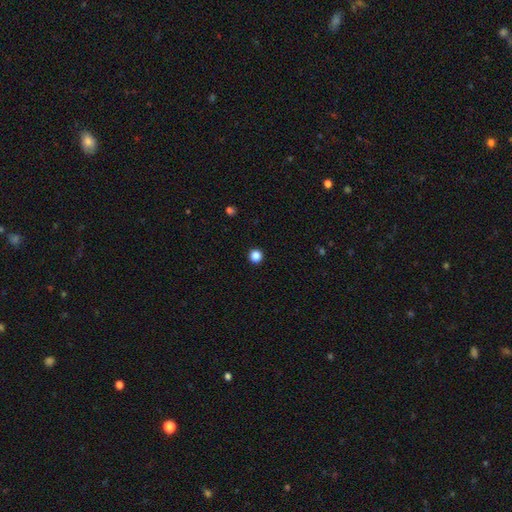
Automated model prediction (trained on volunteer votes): Smooth or featured: smooth — 86% (star or artifact — 11%)
How rounded: round — 95% (in between — 4%)
Merging: none — 94% (minor disturbance — 4%)